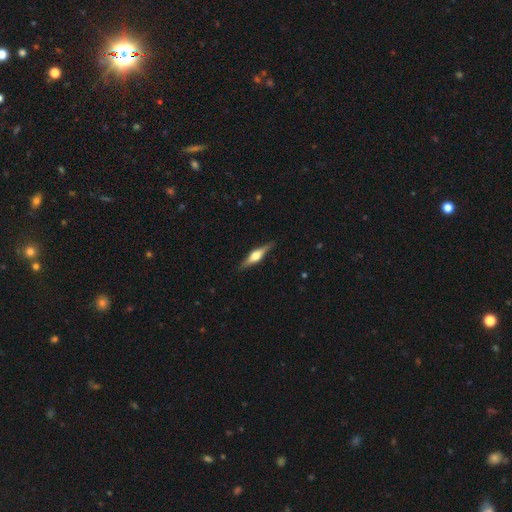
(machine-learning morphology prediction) The model was most divided on "smooth or featured": featured or disk: 69%, smooth: 26%, star or artifact: 6%. More confident: edge-on disk — yes (97%); edge-on bulge — rounded (93%); merging — none (88%).